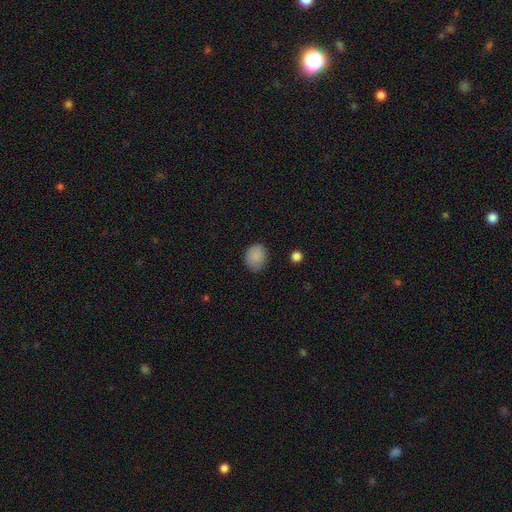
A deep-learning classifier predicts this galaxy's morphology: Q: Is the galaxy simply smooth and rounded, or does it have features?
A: smooth — 87%.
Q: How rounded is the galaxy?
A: round — 55%.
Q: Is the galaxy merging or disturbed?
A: none — 78%.